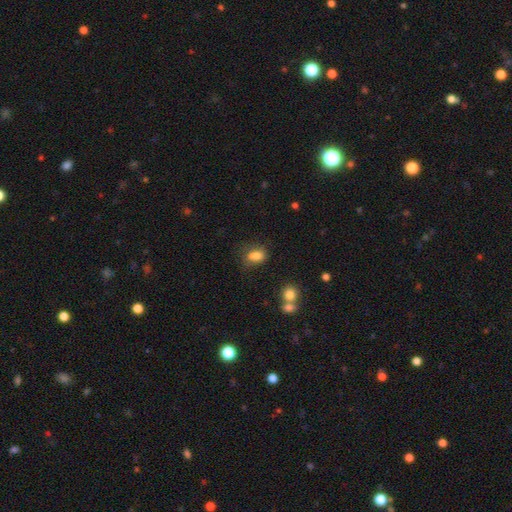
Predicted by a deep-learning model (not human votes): Smooth or featured: smooth — 82% (star or artifact — 10%)
How rounded: in between — 80% (round — 18%)
Merging: none — 59% (minor disturbance — 25%)